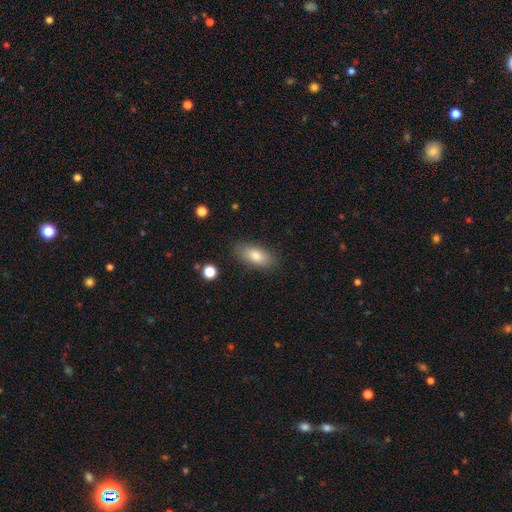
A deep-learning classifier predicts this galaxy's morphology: A smooth galaxy with no disk features (81%) that is in between round and cigar-shaped (86%). Merging: none (85%).